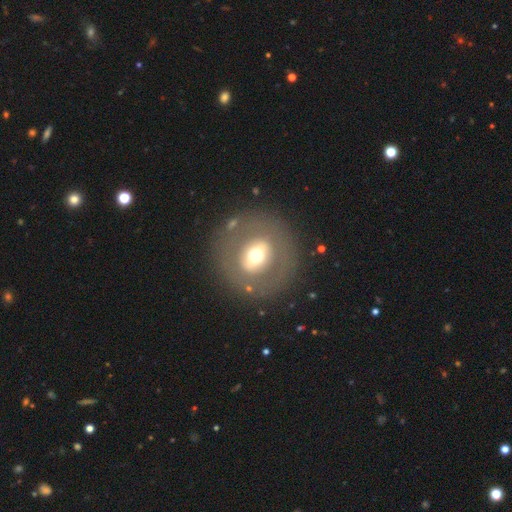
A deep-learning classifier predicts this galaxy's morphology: type=featured or disk (45%, tied with smooth); merging=none (82%).